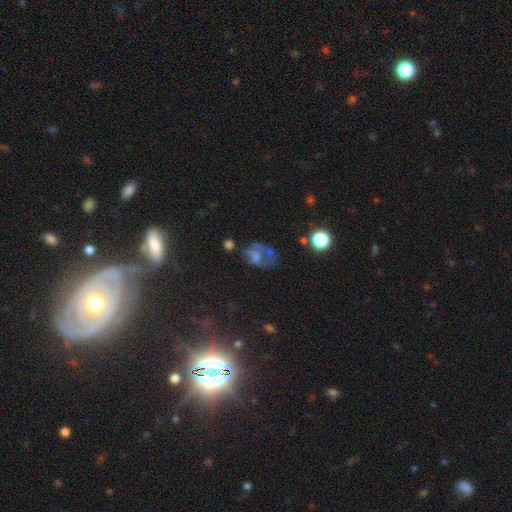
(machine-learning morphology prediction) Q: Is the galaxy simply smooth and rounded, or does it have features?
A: featured or disk — 42%.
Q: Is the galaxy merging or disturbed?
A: none — 38%.